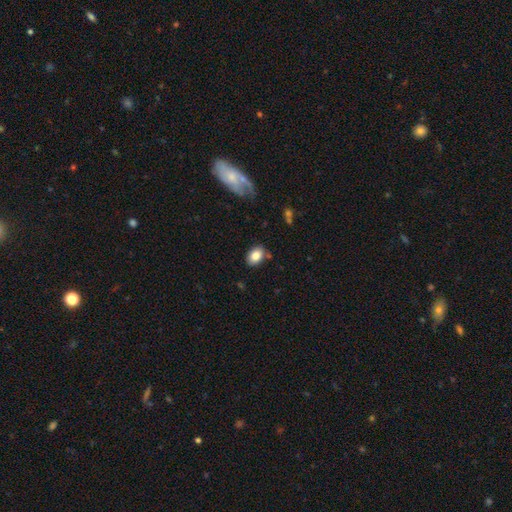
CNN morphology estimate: This is clearly a smooth galaxy (84%). How rounded: likely in between (80%). Merging: clearly none (81%).